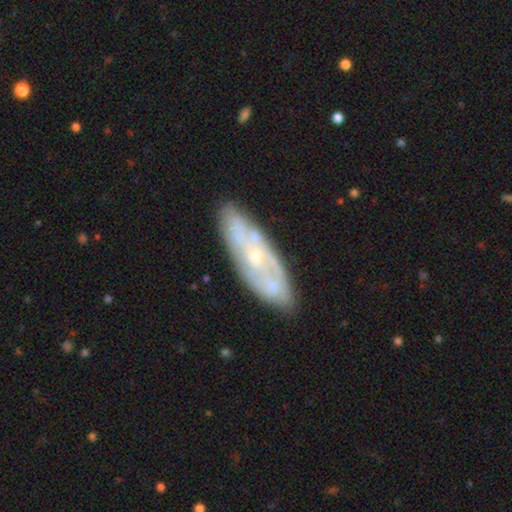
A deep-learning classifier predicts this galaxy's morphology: A featured or disk galaxy (69%) with no bar (74%), spiral arms (69%) and a small central bulge (67%).

Vote fractions:
- Smooth or featured? featured or disk: 69% / smooth: 24% / star or artifact: 7%
- Edge-on disk? no: 80% / yes: 20%
- Bar? no: 74% / weak: 21% / strong: 5%
- Spiral arms? yes: 69% / no: 31%
- Bulge size? small: 67% / moderate: 27% / none: 4% / large: 1% / dominant: 1%
- Merging? none: 80% / minor disturbance: 15% / major disturbance: 4% / merger: 2%